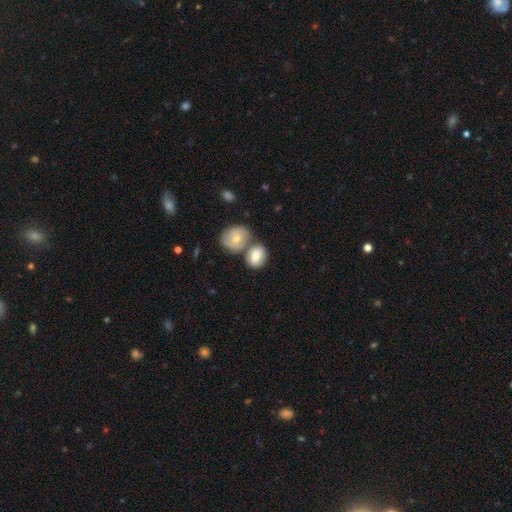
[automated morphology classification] Overall: smooth (71%). How rounded: in between (58%; round 41%). Merging: none (45%; merger 38%).